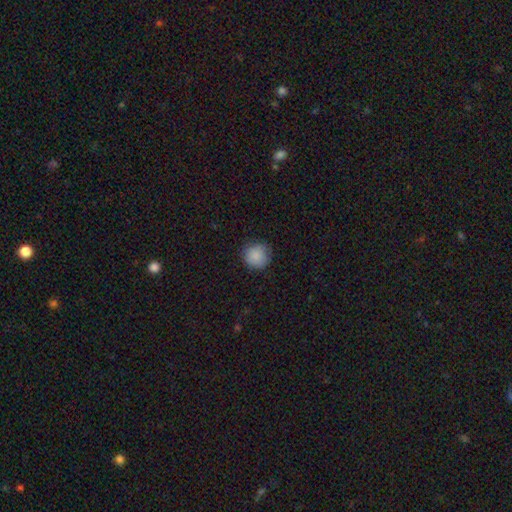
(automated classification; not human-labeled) This is clearly a smooth galaxy (86%). How rounded: clearly round (91%). Merging: likely none (78%).